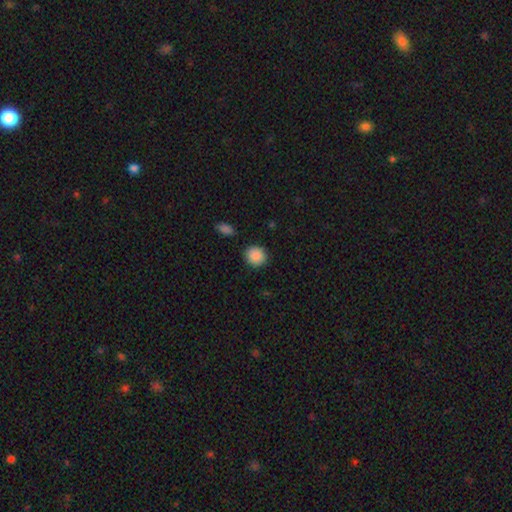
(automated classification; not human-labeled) The model was most divided on "how rounded": round: 85%, in between: 14%, cigar-shaped: 1%. More confident: smooth or featured — smooth (89%); merging — none (89%).